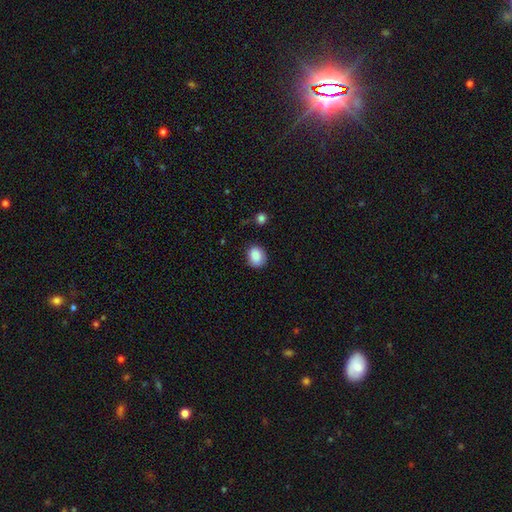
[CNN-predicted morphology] This appears to be a smooth galaxy with no disk features (88%) that is round (51%). Merging: none (82%).